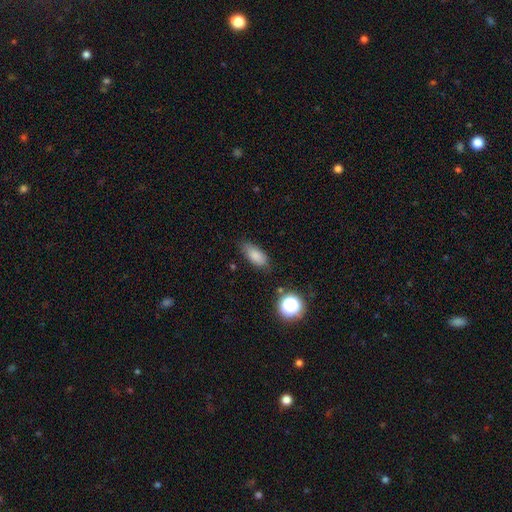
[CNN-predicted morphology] smooth_or_featured: smooth (p=0.82) [alt: star or artifact p=0.10]
how_rounded: in between (p=0.82) [alt: cigar-shaped p=0.13]
merging: none (p=0.75) [alt: minor disturbance p=0.19]